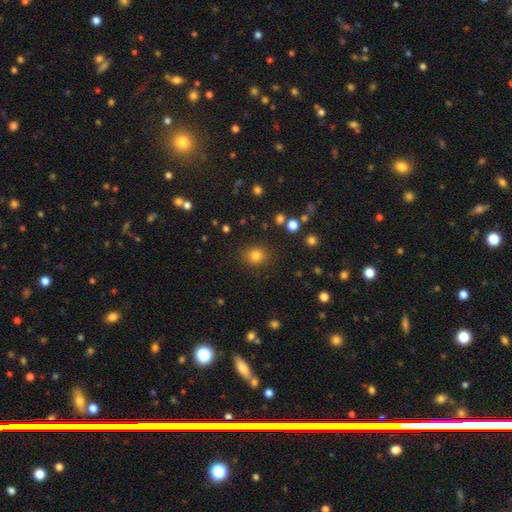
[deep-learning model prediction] Overall: smooth (81%). How rounded: round (78%). Merging: none (86%).